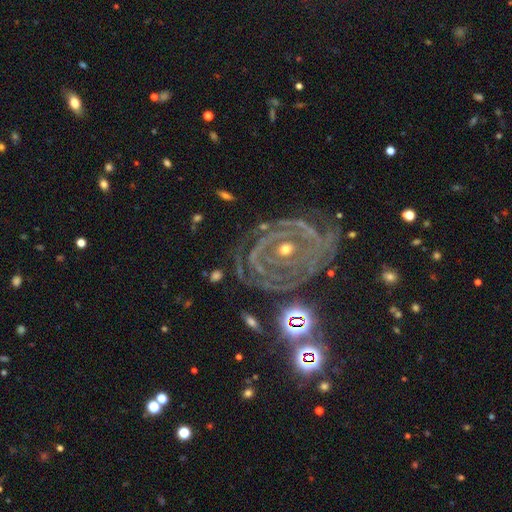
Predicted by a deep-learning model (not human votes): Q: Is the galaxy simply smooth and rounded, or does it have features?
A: featured or disk — 86%.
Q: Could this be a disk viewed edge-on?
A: no — 97%.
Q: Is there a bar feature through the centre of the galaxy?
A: no — 63%.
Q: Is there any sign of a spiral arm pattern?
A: yes — 94%.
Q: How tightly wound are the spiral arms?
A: tight — 76%.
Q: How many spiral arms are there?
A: can't tell — 26%.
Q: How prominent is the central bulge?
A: small — 54%.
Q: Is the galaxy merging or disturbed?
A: none — 70%.